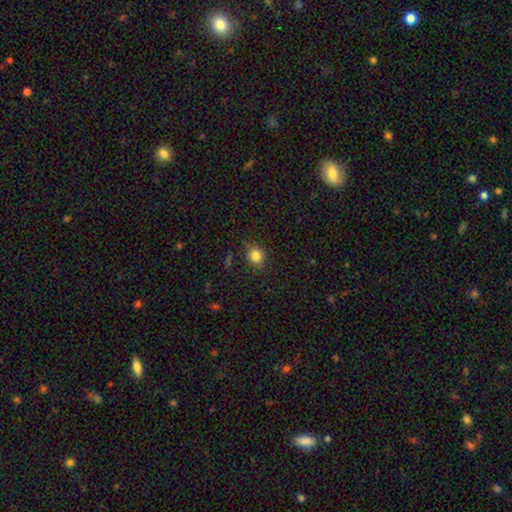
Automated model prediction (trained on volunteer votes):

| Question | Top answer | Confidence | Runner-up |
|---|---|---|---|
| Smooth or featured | smooth | 83% | star or artifact (12%) |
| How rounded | round | 73% | in between (26%) |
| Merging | none | 82% | minor disturbance (13%) |